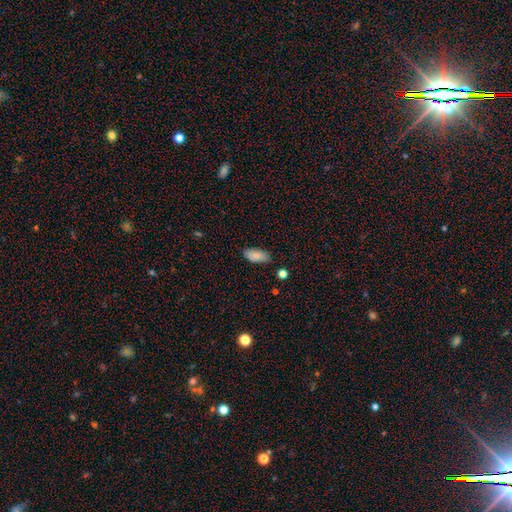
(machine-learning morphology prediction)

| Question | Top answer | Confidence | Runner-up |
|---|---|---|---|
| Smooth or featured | smooth | 84% | featured or disk (9%) |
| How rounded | in between | 92% | cigar-shaped (5%) |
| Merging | none | 81% | minor disturbance (15%) |